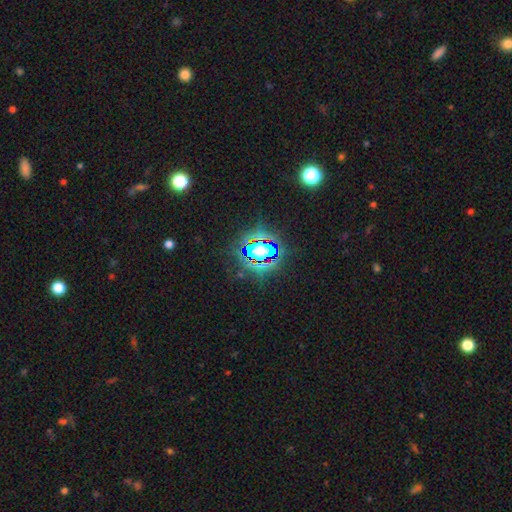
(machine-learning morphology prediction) type=star or artifact (74%).